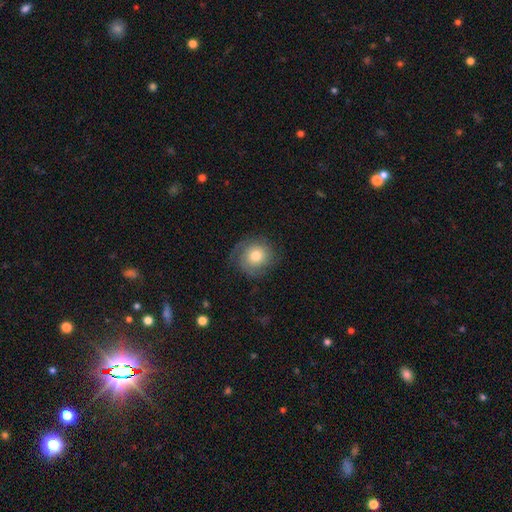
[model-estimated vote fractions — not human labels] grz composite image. It shows a smooth galaxy with no disk features (58%) that is round (86%). Merging: none (69%).